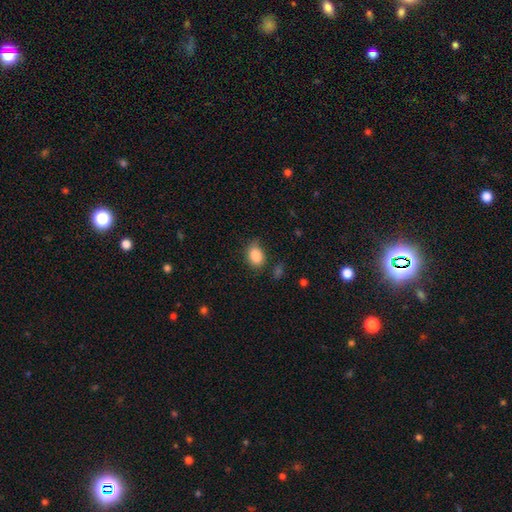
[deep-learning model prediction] Smooth or featured? Predicted: smooth (p=0.86). How rounded? Predicted: in between (p=0.69). Merging? Predicted: none (p=0.74).